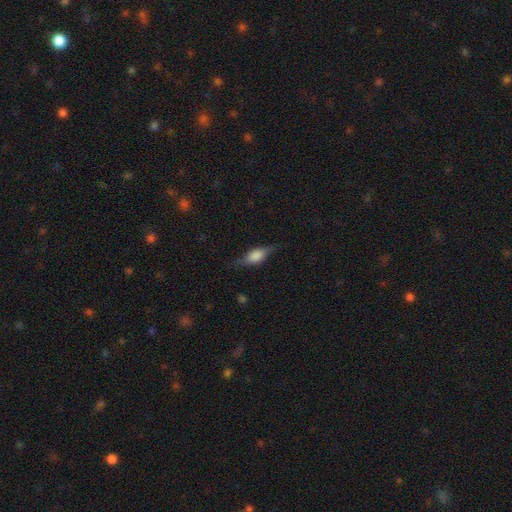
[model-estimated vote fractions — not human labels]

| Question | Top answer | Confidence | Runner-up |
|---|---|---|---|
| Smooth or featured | smooth | 52% | featured or disk (39%) |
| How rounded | in between | 68% | cigar-shaped (25%) |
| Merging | none | 71% | minor disturbance (20%) |